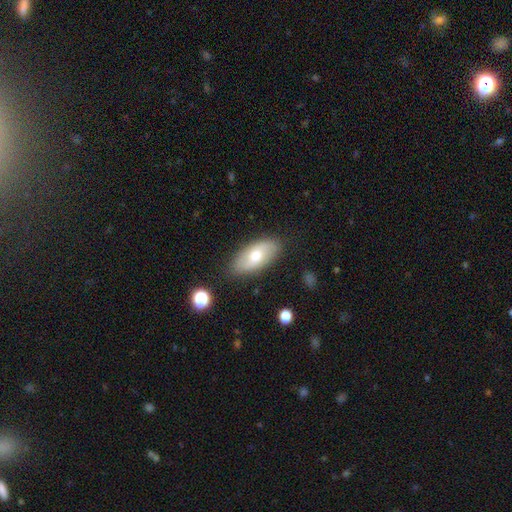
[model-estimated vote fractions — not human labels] The model was most divided on "smooth or featured": smooth: 63%, featured or disk: 30%, star or artifact: 7%. More confident: how rounded — in between (90%); merging — none (83%).